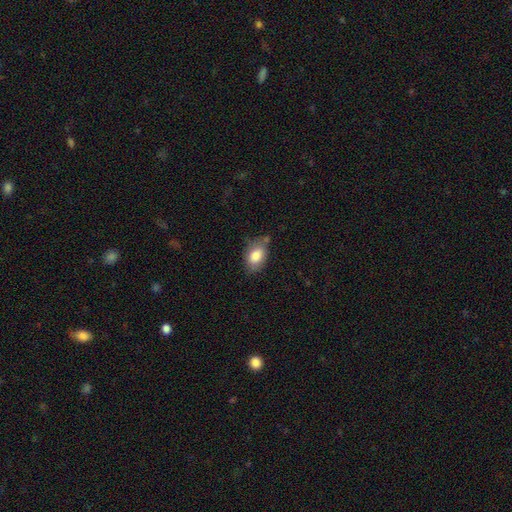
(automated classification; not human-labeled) Smooth or featured?
  - smooth: 82% *
  - featured or disk: 11%
  - star or artifact: 7%
How rounded?
  - in between: 87% *
  - round: 11%
  - cigar-shaped: 2%
Merging?
  - none: 64% *
  - minor disturbance: 24%
  - merger: 6%
  - major disturbance: 6%